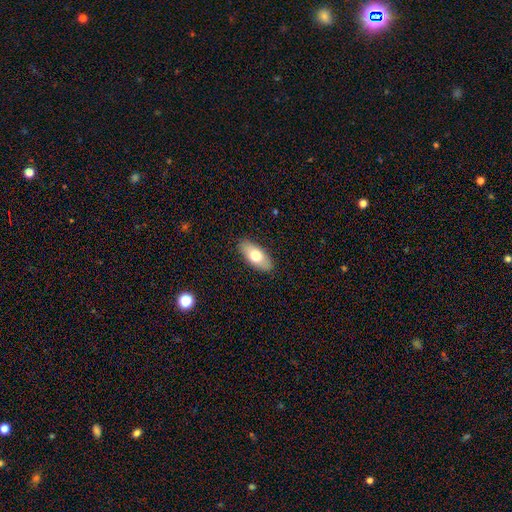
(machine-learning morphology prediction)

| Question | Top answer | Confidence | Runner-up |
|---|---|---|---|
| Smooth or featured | smooth | 71% | featured or disk (23%) |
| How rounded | in between | 88% | cigar-shaped (9%) |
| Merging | none | 88% | minor disturbance (9%) |